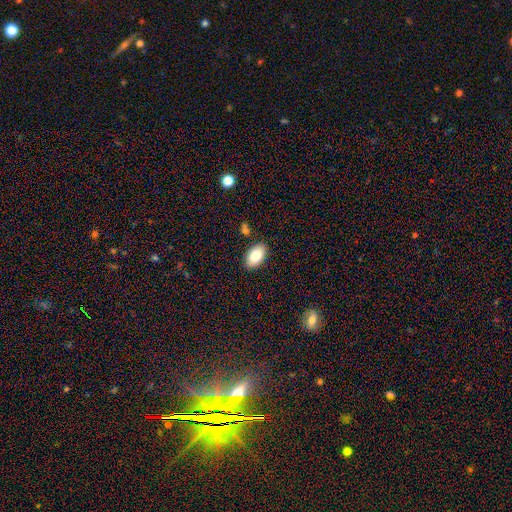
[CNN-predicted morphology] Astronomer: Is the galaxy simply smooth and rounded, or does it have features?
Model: smooth — 81%.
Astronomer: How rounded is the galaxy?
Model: in between — 94%.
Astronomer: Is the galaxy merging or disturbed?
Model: none — 87%.